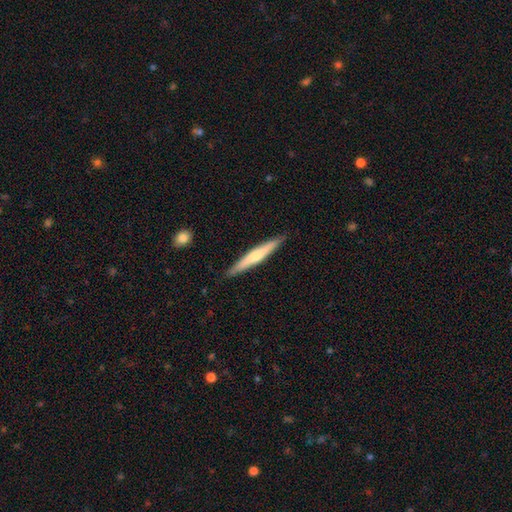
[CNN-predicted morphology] Overall: smooth (51%; featured or disk 44%). How rounded: cigar-shaped (95%). Merging: none (89%).